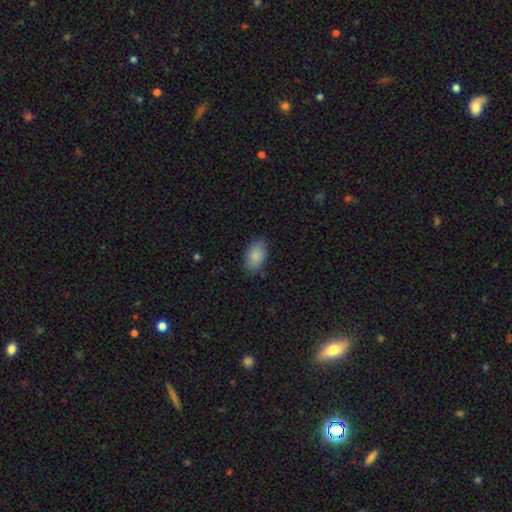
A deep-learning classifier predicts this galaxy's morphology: A smooth galaxy with no disk features (87%) that is in between round and cigar-shaped (91%). Merging: none (81%).